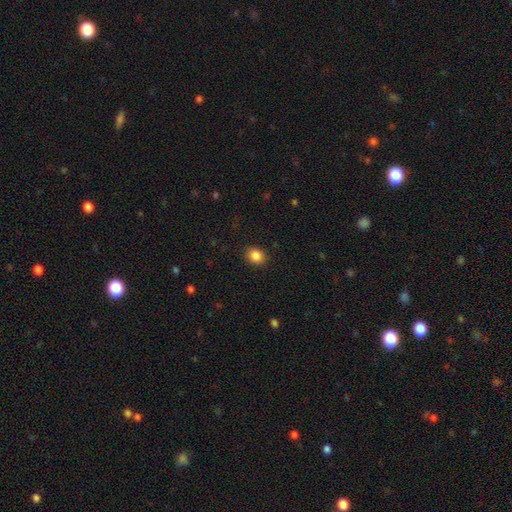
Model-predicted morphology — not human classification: smooth-or-featured: smooth: 87% | star or artifact: 9% | featured or disk: 4%
  how-rounded: round: 57% | in between: 42% | cigar-shaped: 1%
  merging: none: 89% | minor disturbance: 7% | major disturbance: 2% | merger: 1%